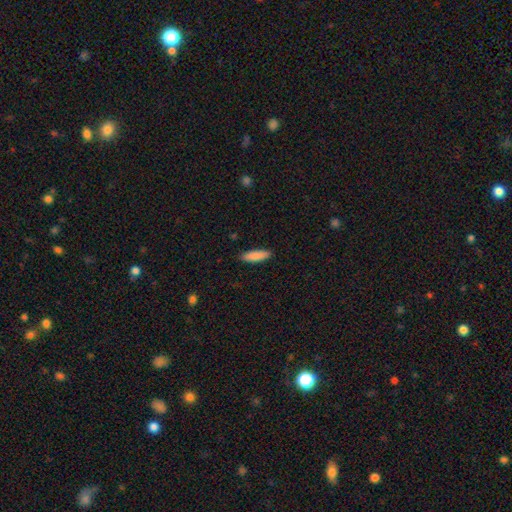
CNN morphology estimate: smooth-or-featured: smooth: 88% | featured or disk: 7% | star or artifact: 6%
  how-rounded: cigar-shaped: 60% | in between: 39% | round: 1%
  merging: none: 89% | minor disturbance: 8% | major disturbance: 2% | merger: 1%